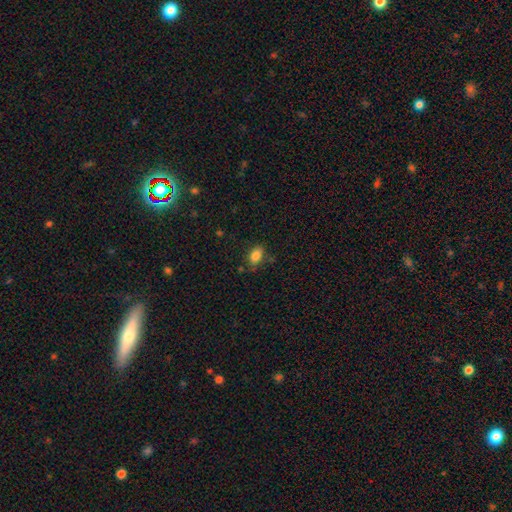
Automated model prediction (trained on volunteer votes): A smooth galaxy with no disk features (85%) that is in between round and cigar-shaped (88%).

Vote fractions:
- Smooth or featured? smooth: 85% / star or artifact: 10% / featured or disk: 6%
- How rounded? in between: 88% / round: 10% / cigar-shaped: 2%
- Merging? none: 74% / minor disturbance: 18% / major disturbance: 5% / merger: 3%